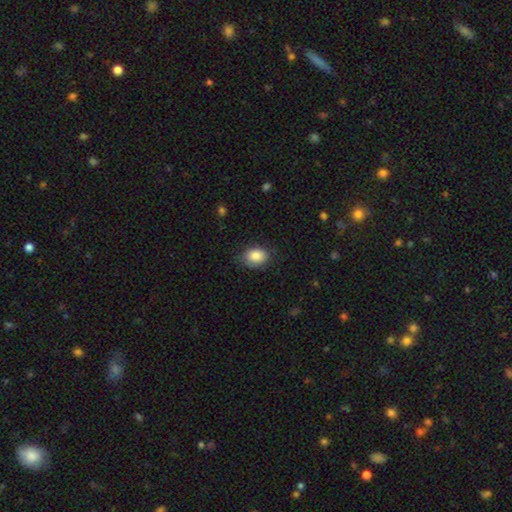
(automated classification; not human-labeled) Overall: smooth (86%). How rounded: in between (72%). Merging: none (75%).